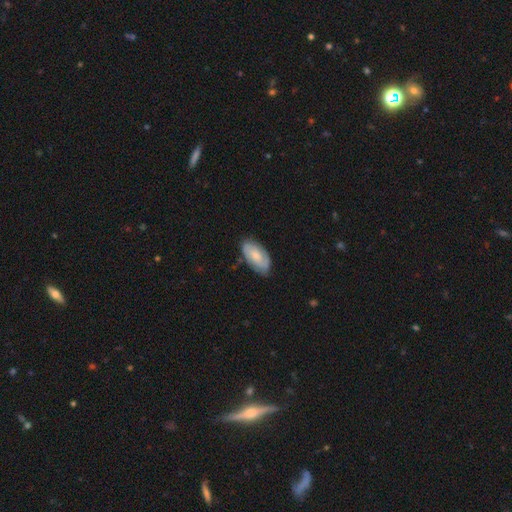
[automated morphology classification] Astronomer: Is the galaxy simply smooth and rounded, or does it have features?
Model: smooth — 49% (runner-up: featured or disk, 45%).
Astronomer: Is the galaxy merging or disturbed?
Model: none — 76%.